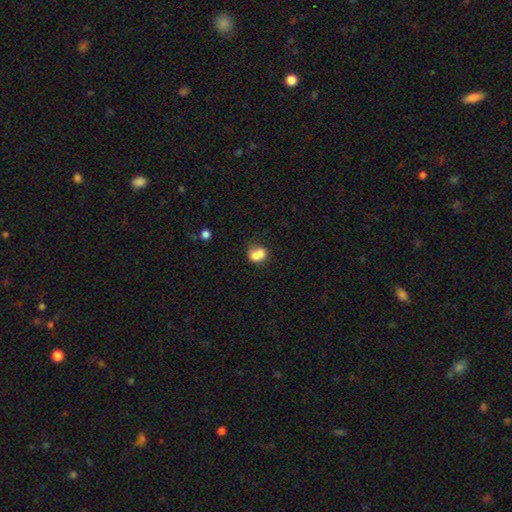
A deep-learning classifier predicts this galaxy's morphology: The model was most divided on "merging": none: 44%, minor disturbance: 24%, merger: 21%, major disturbance: 10%. More confident: smooth or featured — smooth (80%); how rounded — in between (63%).